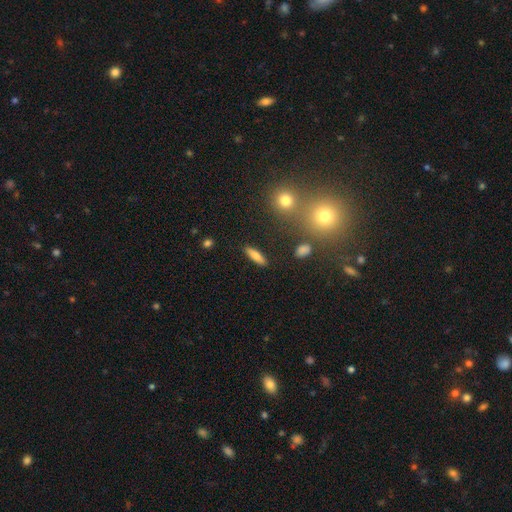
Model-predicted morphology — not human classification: Smooth or featured?
  - smooth: 73% *
  - featured or disk: 19%
  - star or artifact: 8%
How rounded?
  - cigar-shaped: 57% *
  - in between: 40%
  - round: 3%
Merging?
  - none: 87% *
  - minor disturbance: 8%
  - major disturbance: 2%
  - merger: 2%